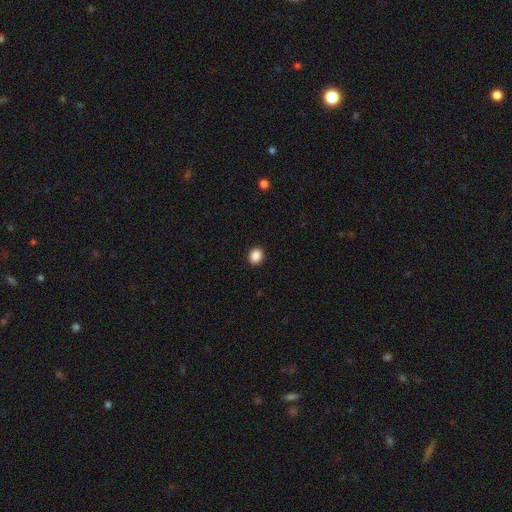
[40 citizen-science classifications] This is clearly a smooth galaxy (92%). How rounded: possibly round (57%). Merging: clearly none (87%).